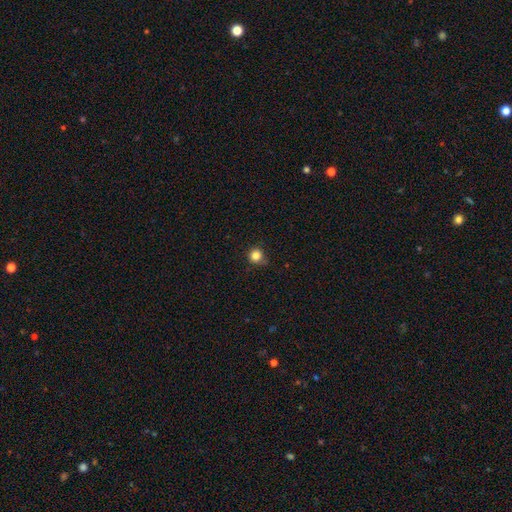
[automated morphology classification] This is clearly a smooth galaxy (83%). How rounded: clearly round (93%). Merging: likely none (78%).